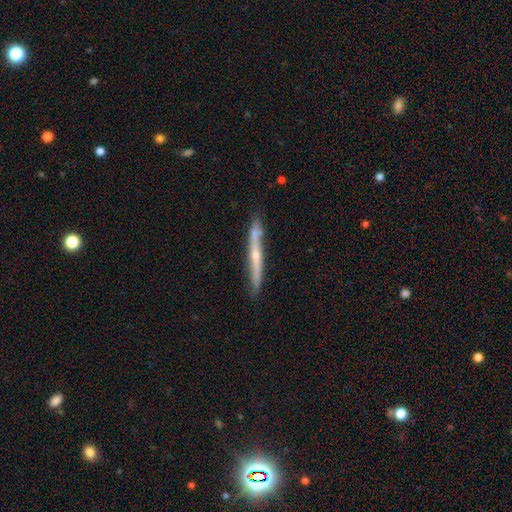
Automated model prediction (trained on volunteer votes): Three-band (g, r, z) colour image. It shows a featured or disk galaxy (69%) viewed edge-on (94%) with a rounded central bulge (57%). Merging: none (80%).